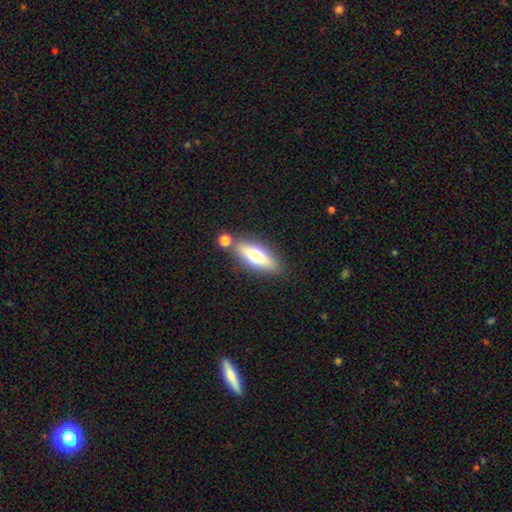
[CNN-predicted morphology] smooth-or-featured: smooth: 59% | featured or disk: 34% | star or artifact: 7%
  how-rounded: in between: 57% | cigar-shaped: 40% | round: 3%
  merging: none: 74% | merger: 12% | minor disturbance: 11% | major disturbance: 3%